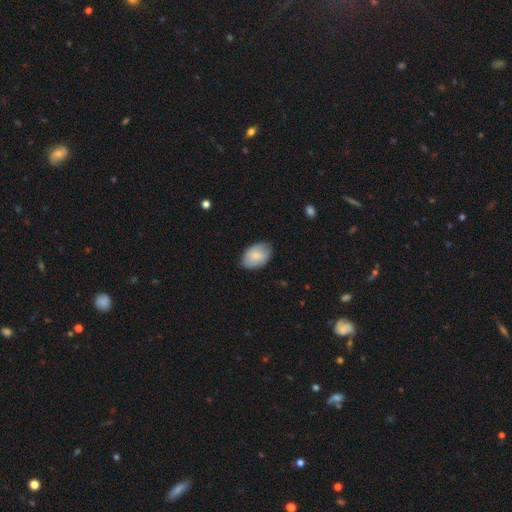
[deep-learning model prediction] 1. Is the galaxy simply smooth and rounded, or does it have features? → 79% smooth, 15% featured or disk, 6% star or artifact.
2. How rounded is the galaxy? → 88% in between, 10% round, 1% cigar-shaped.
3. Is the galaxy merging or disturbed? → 80% none, 16% minor disturbance, 3% major disturbance, 1% merger.